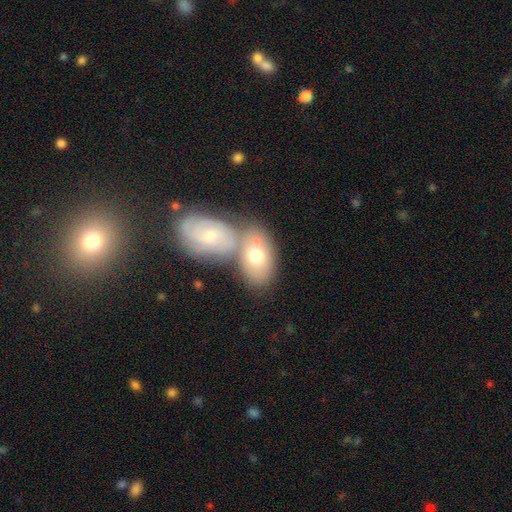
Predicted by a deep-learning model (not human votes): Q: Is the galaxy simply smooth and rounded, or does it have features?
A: featured or disk — 46%.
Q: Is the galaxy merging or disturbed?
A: merger — 45%.